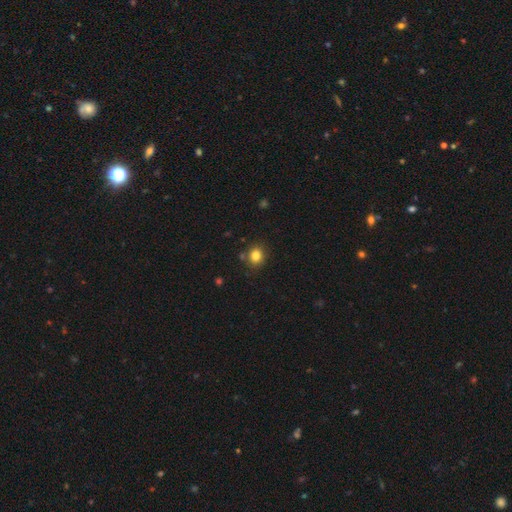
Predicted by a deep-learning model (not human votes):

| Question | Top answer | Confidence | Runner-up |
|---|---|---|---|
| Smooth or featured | smooth | 82% | star or artifact (12%) |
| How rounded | round | 76% | in between (23%) |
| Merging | none | 82% | minor disturbance (10%) |